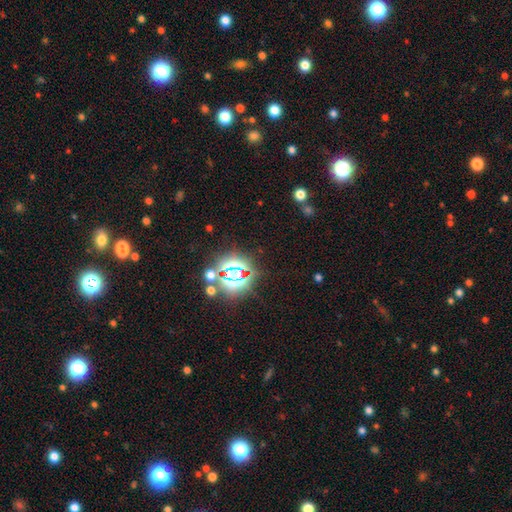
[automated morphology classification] This appears to be a star or artifact, not a galaxy (79%).